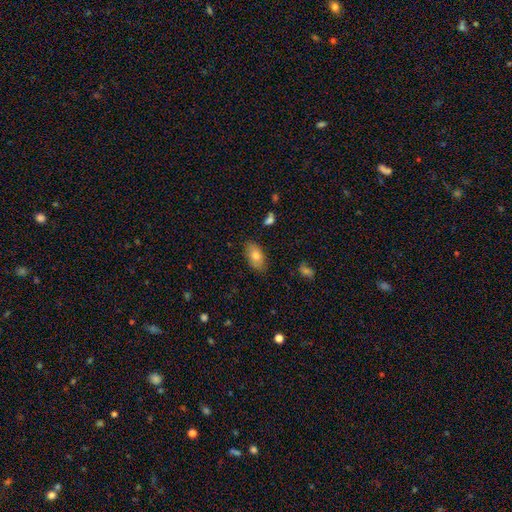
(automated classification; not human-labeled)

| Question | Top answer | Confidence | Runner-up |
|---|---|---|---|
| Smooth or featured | smooth | 78% | featured or disk (14%) |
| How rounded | in between | 92% | round (5%) |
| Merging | none | 85% | minor disturbance (11%) |